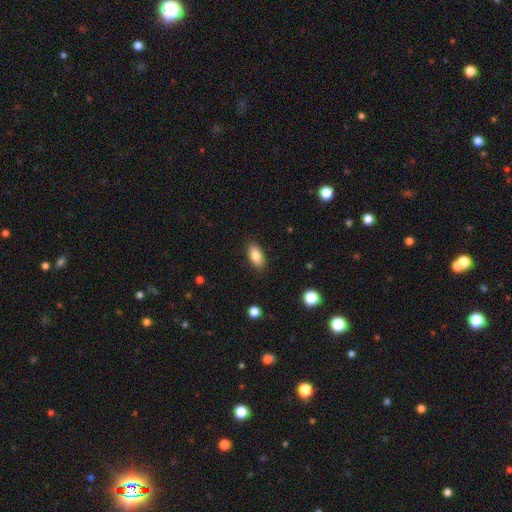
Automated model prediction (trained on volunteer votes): Smooth or featured: smooth — 83% (featured or disk — 10%)
How rounded: in between — 88% (cigar-shaped — 8%)
Merging: none — 87% (minor disturbance — 9%)